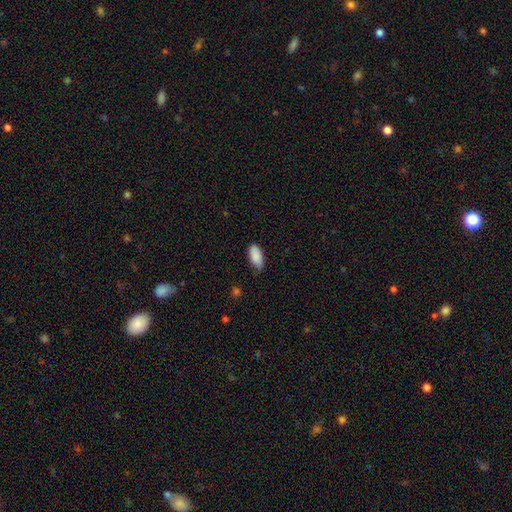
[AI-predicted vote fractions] This is clearly a smooth galaxy (89%). How rounded: clearly in between (91%). Merging: likely none (72%).